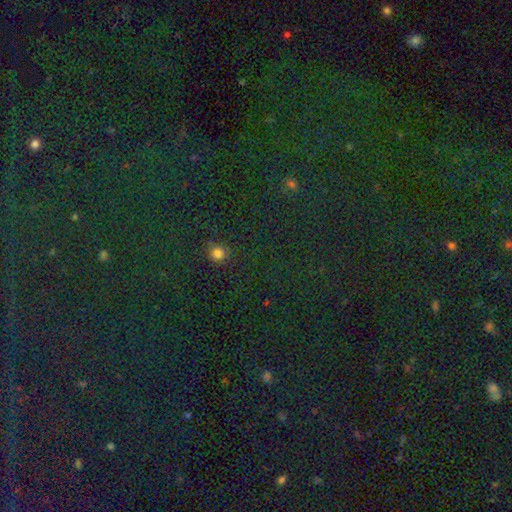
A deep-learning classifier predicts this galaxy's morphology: This is likely a star or artifact rather than a galaxy (72%).